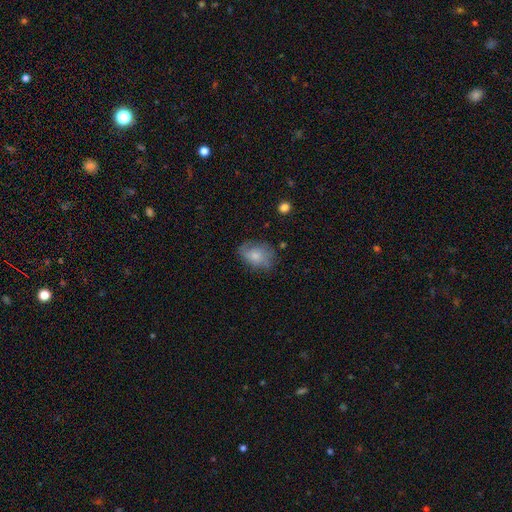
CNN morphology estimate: smooth_or_featured: smooth (p=0.65) [alt: featured or disk p=0.27]
how_rounded: in between (p=0.70) [alt: round p=0.29]
merging: none (p=0.56) [alt: minor disturbance p=0.29]